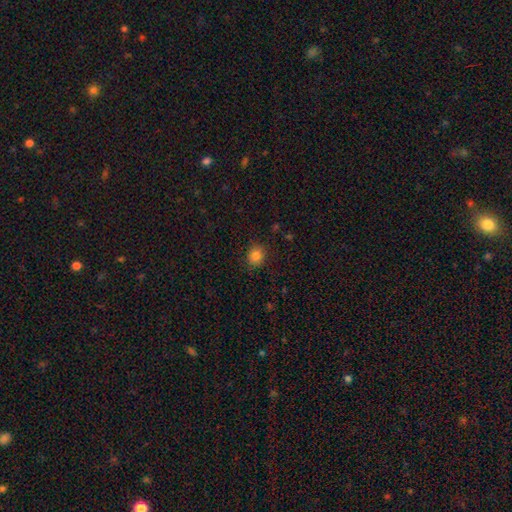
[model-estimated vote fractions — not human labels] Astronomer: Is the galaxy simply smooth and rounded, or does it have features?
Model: smooth — 84%.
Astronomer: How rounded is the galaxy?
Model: round — 72%.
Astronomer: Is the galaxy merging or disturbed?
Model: none — 88%.